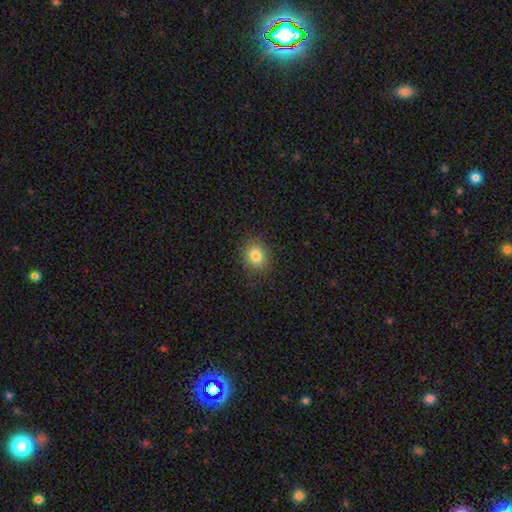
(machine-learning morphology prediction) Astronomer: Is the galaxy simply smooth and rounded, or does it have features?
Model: smooth — 83%.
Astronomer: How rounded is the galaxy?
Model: round — 60% (runner-up: in between, 39%).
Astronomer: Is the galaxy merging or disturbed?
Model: none — 87%.